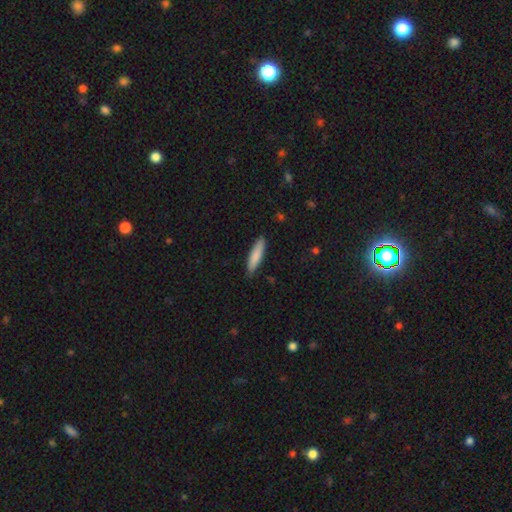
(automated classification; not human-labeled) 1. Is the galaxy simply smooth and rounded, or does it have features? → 83% smooth, 12% featured or disk, 6% star or artifact.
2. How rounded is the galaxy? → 80% cigar-shaped, 19% in between, 1% round.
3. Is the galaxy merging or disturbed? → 85% none, 12% minor disturbance, 2% major disturbance, 1% merger.